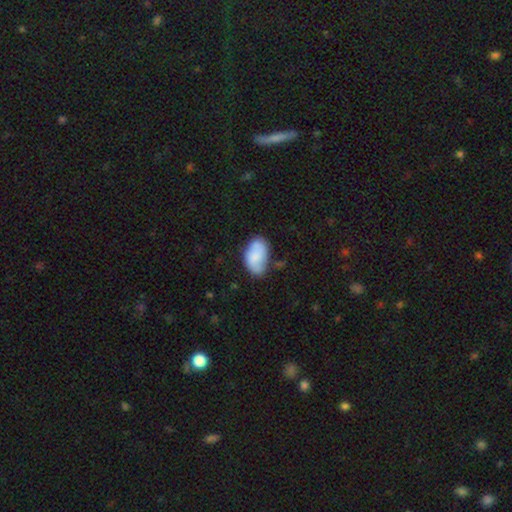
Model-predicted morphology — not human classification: Smooth or featured? smooth (69%)
How rounded? in between (93%)
Merging? none (54%)